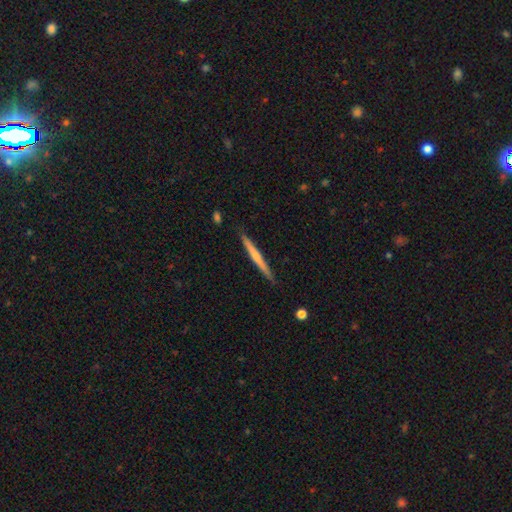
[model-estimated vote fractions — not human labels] A featured or disk galaxy (48%). Merging: none (88%).